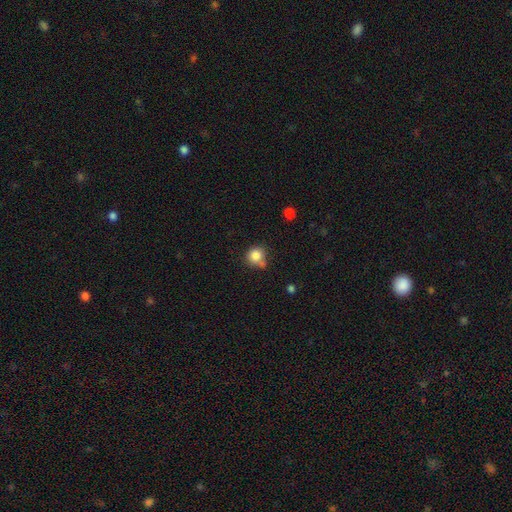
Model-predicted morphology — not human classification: A smooth galaxy with no disk features (83%) that is round (87%).

Vote fractions:
- Smooth or featured? smooth: 83% / star or artifact: 11% / featured or disk: 6%
- How rounded? round: 87% / in between: 12% / cigar-shaped: 1%
- Merging? none: 59% / minor disturbance: 18% / merger: 18% / major disturbance: 5%